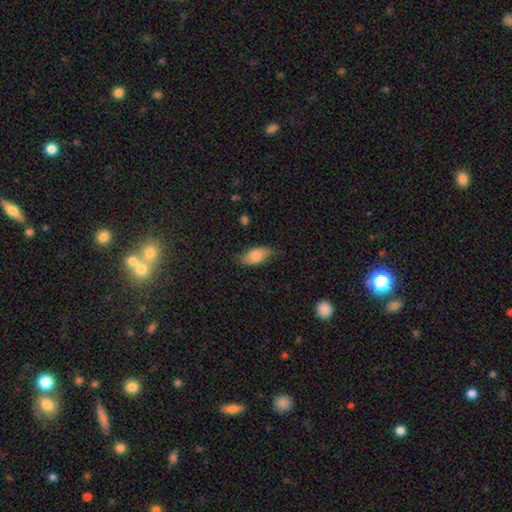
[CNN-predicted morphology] A smooth galaxy with no disk features (77%) that is in between round and cigar-shaped (90%). Merging: none (66%).